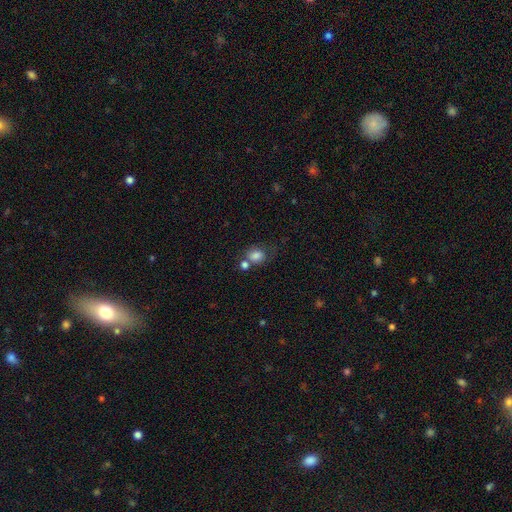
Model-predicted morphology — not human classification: Overall: smooth (82%). How rounded: round (55%; in between 44%). Merging: none (49%; merger 26%).